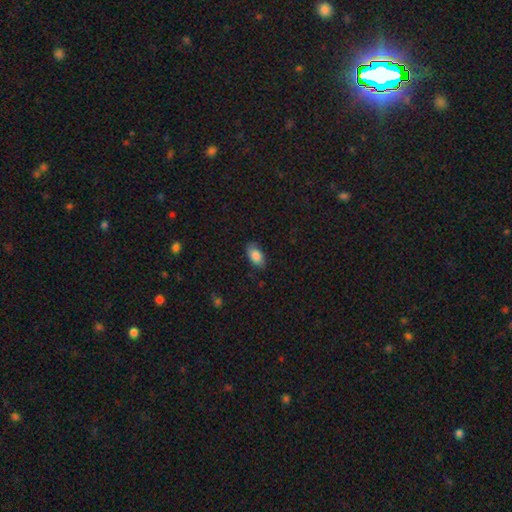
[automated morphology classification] Q: Smooth or featured?
A: smooth (87%); runner-up: star or artifact (7%)
Q: How rounded?
A: in between (93%); runner-up: round (4%)
Q: Merging?
A: none (83%); runner-up: minor disturbance (13%)